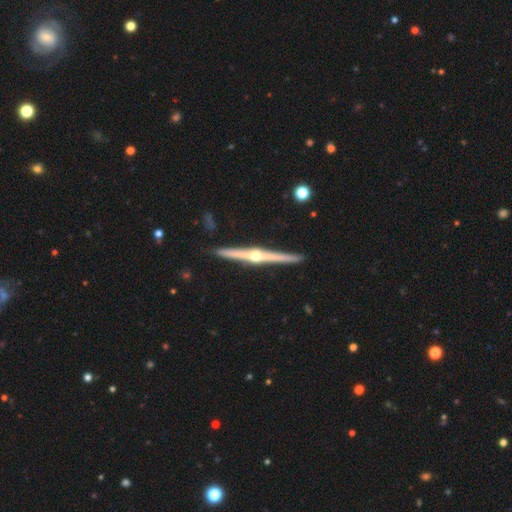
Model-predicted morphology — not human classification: Smooth or featured: featured or disk — 86% (smooth — 10%)
Edge-on disk: yes — 99% (no — 1%)
Edge-on bulge: rounded — 94% (none — 3%)
Merging: none — 92% (minor disturbance — 6%)